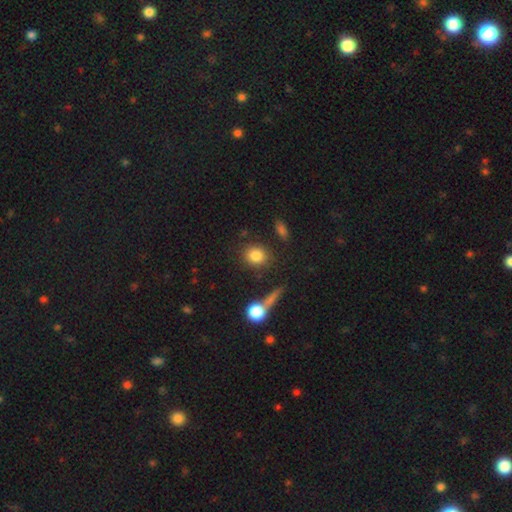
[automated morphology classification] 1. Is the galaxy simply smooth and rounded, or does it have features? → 83% smooth, 9% star or artifact, 7% featured or disk.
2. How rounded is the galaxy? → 71% round, 26% in between, 3% cigar-shaped.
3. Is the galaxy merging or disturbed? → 80% none, 9% minor disturbance, 7% merger, 4% major disturbance.